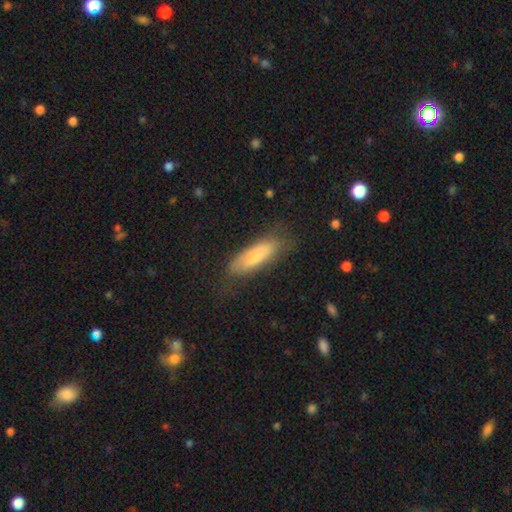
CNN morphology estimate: This appears to be a smooth galaxy with no disk features (73%) that is in between round and cigar-shaped (52%). Merging: none (70%).